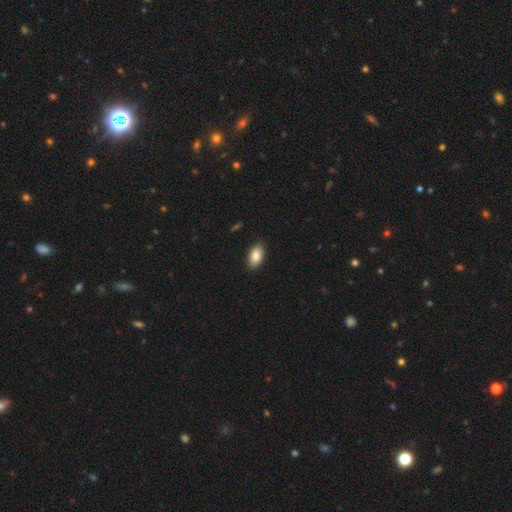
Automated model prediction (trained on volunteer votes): The model was most divided on "merging": none: 88%, minor disturbance: 9%, major disturbance: 2%, merger: 1%. More confident: how rounded — in between (94%); smooth or featured — smooth (86%).